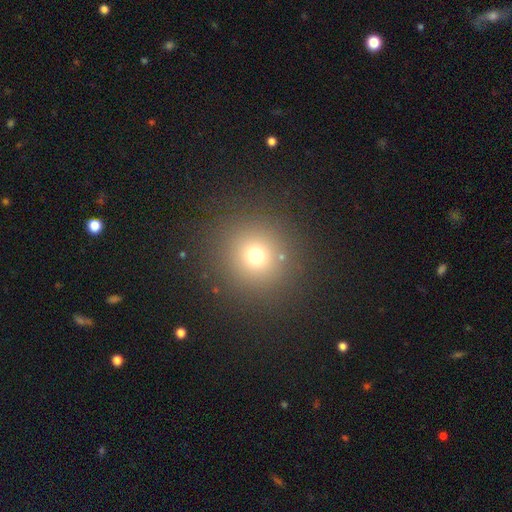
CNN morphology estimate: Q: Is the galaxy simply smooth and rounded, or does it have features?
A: smooth — 70%.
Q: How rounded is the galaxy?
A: round — 93%.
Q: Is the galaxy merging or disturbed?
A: none — 87%.